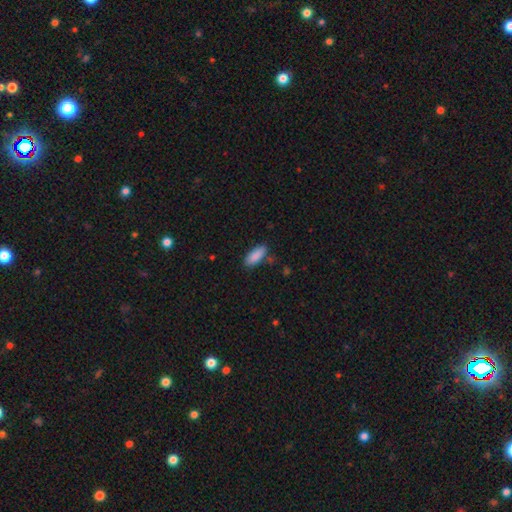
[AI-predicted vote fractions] Overall: smooth (89%). How rounded: in between (77%). Merging: none (78%).